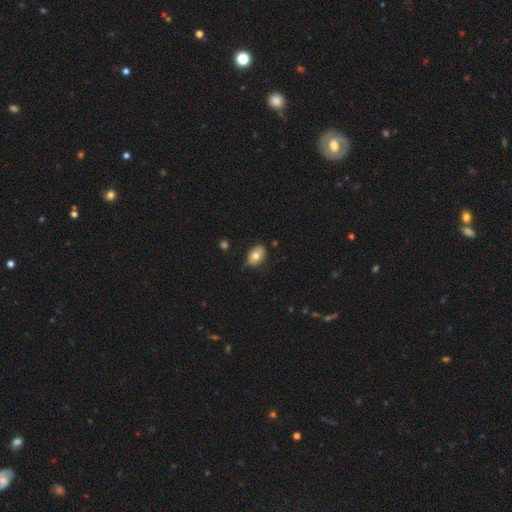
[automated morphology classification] This is likely a smooth galaxy (71%). How rounded: likely in between (80%). Merging: likely none (67%).